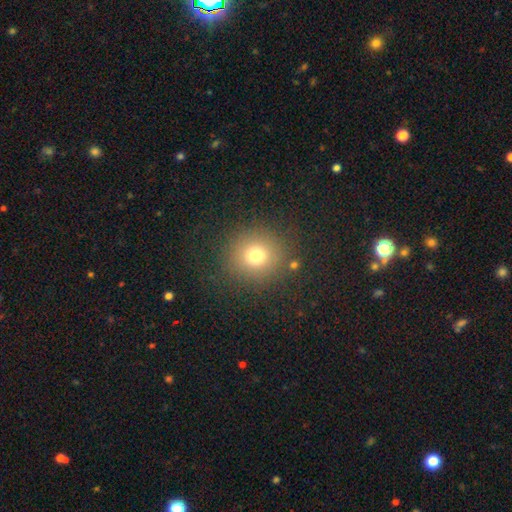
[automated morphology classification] Smooth or featured: smooth — 73% (star or artifact — 17%)
How rounded: round — 91% (in between — 8%)
Merging: none — 86% (minor disturbance — 8%)